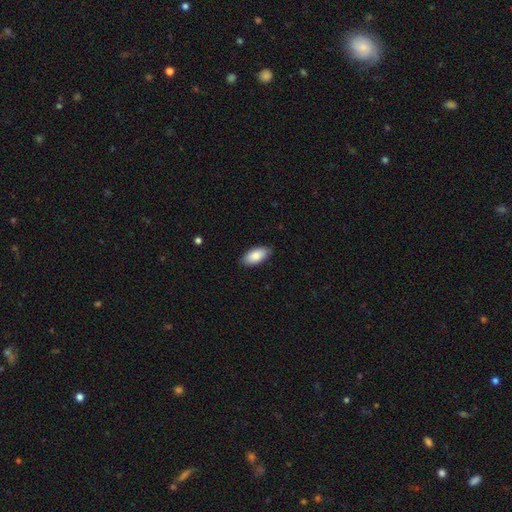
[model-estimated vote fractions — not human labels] Morphology: type=smooth (87%); roundness=in between (93%); merging=none (87%).